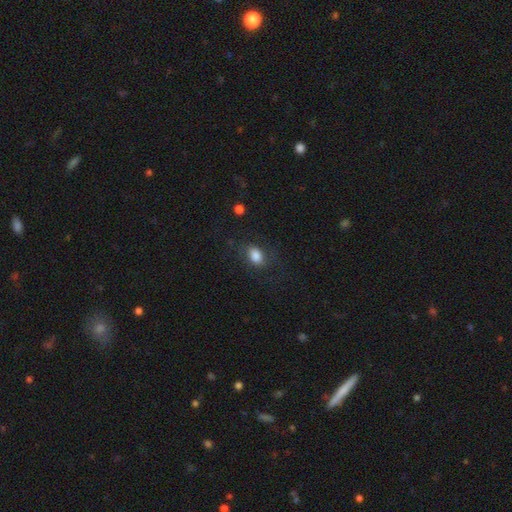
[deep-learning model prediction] Smooth or featured?
  - smooth: 81% *
  - featured or disk: 10%
  - star or artifact: 9%
How rounded?
  - in between: 80% *
  - round: 18%
  - cigar-shaped: 2%
Merging?
  - none: 70% *
  - minor disturbance: 18%
  - major disturbance: 10%
  - merger: 2%